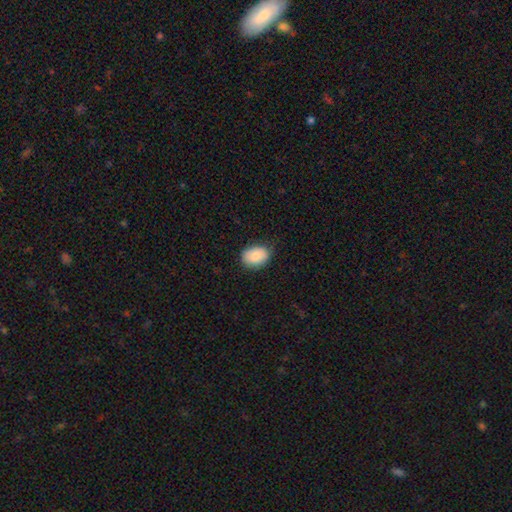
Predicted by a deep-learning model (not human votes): Morphology: type=smooth (85%); roundness=in between (74%); merging=none (77%).